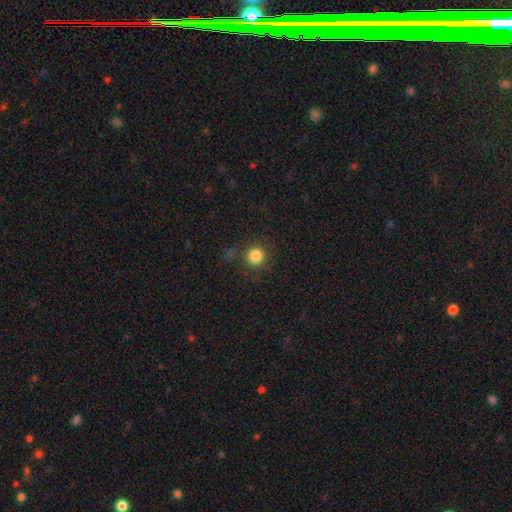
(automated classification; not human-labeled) Smooth or featured? smooth (83%)
How rounded? round (93%)
Merging? none (82%)